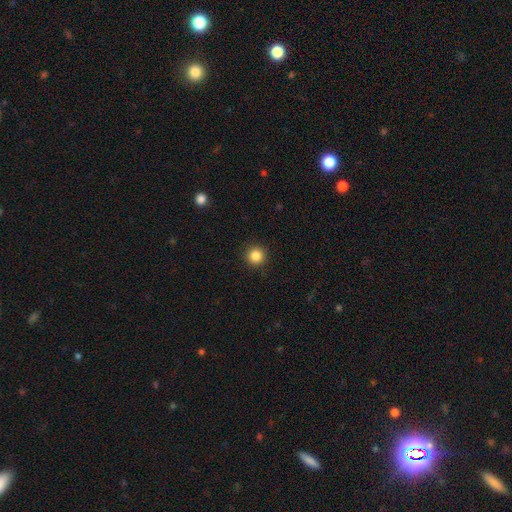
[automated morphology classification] A smooth galaxy with no disk features (86%) that is round (95%). Merging: none (92%).